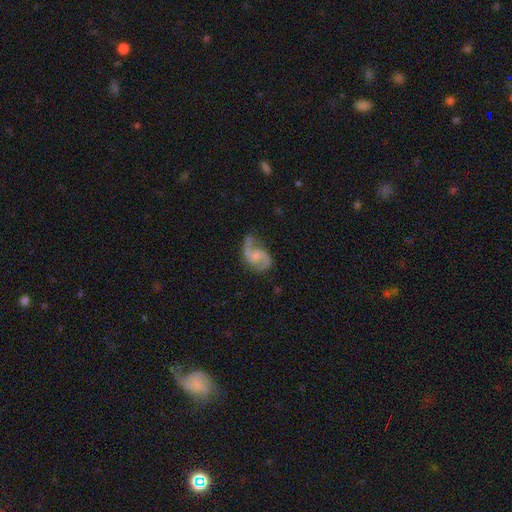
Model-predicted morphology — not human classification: smooth_or_featured: featured or disk (p=0.86) [alt: smooth p=0.09]
disk_edge_on: no (p=0.98) [alt: yes p=0.02]
bar: no (p=0.51) [alt: weak p=0.41]
has_spiral_arms: yes (p=0.96) [alt: no p=0.04]
spiral_winding: loose (p=0.46) [alt: medium p=0.45]
spiral_arm_count: 2 (p=0.90) [alt: 1 p=0.04]
bulge_size: small (p=0.47) [alt: moderate p=0.26]
merging: none (p=0.60) [alt: minor disturbance p=0.23]